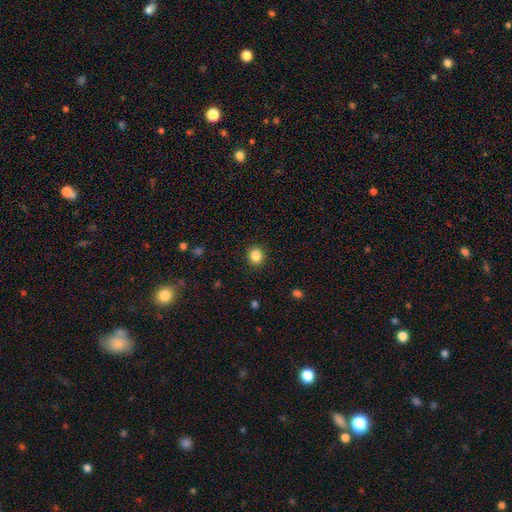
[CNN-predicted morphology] Smooth or featured: smooth — 85% (star or artifact — 11%)
How rounded: round — 83% (in between — 16%)
Merging: none — 91% (minor disturbance — 6%)